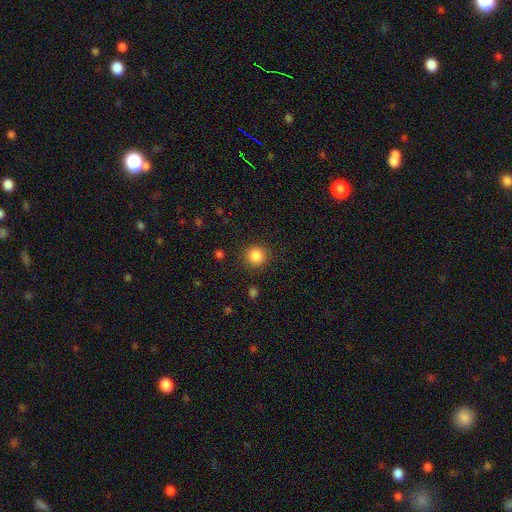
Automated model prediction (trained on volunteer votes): A smooth galaxy with no disk features (86%) that is round (93%). Merging: none (89%).